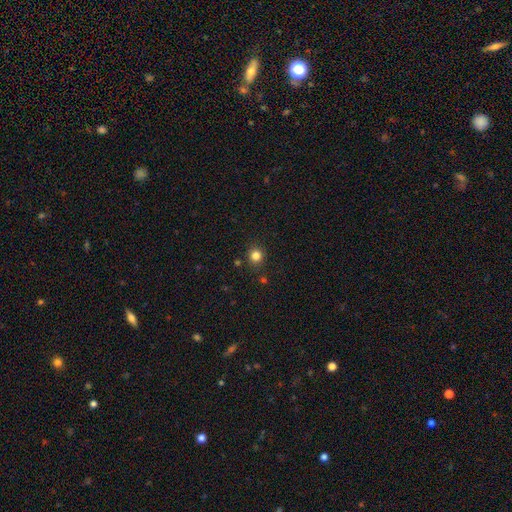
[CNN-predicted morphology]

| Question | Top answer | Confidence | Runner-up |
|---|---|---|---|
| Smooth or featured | smooth | 82% | star or artifact (13%) |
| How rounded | round | 90% | in between (9%) |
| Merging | none | 88% | minor disturbance (7%) |